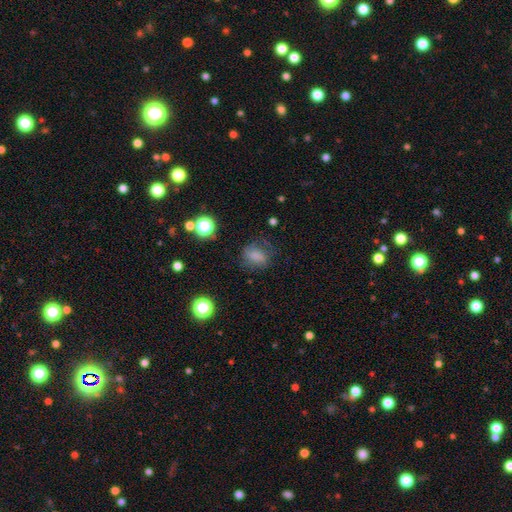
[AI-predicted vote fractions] Q: Smooth or featured?
A: smooth (73%); runner-up: star or artifact (14%)
Q: How rounded?
A: in between (58%); runner-up: round (40%)
Q: Merging?
A: none (62%); runner-up: minor disturbance (23%)